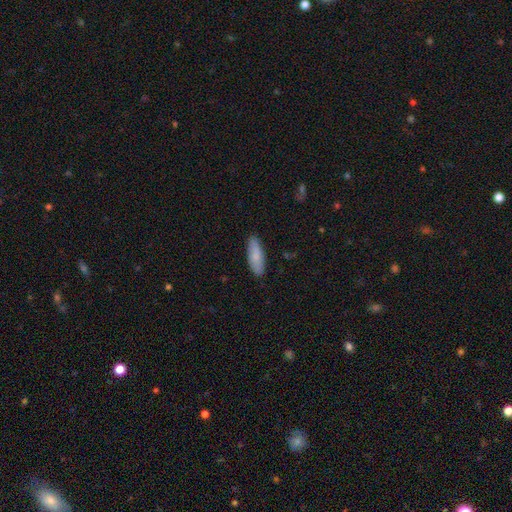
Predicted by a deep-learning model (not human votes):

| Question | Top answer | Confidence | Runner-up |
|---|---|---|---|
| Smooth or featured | smooth | 81% | featured or disk (13%) |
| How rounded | in between | 57% | cigar-shaped (42%) |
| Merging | none | 86% | minor disturbance (11%) |